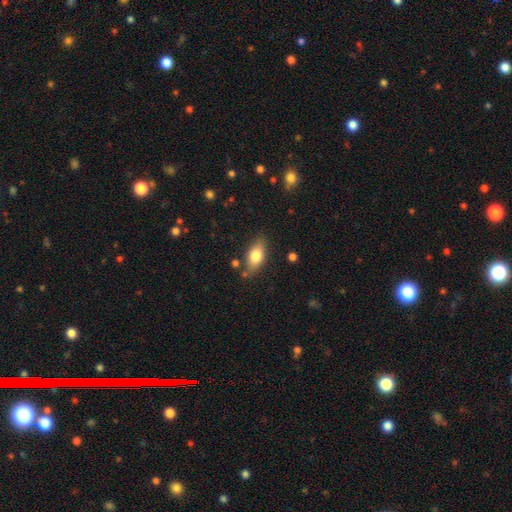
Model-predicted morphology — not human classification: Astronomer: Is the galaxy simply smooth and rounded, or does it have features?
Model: smooth — 76%.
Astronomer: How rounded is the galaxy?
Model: in between — 87%.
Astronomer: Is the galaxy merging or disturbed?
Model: none — 78%.